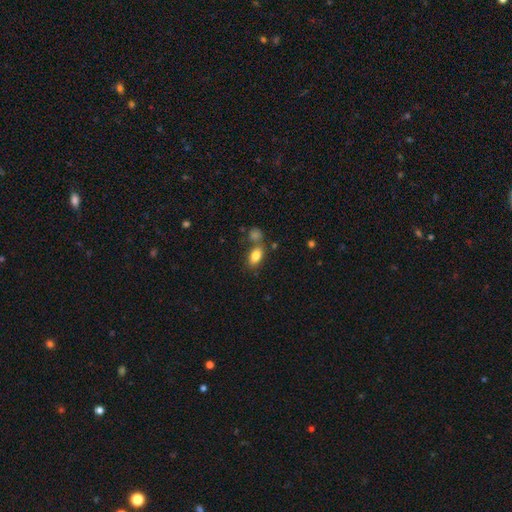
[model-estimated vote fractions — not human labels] Smooth or featured?
  - smooth: 83% *
  - featured or disk: 9%
  - star or artifact: 8%
How rounded?
  - in between: 88% *
  - round: 8%
  - cigar-shaped: 4%
Merging?
  - none: 62% *
  - merger: 21%
  - minor disturbance: 13%
  - major disturbance: 4%